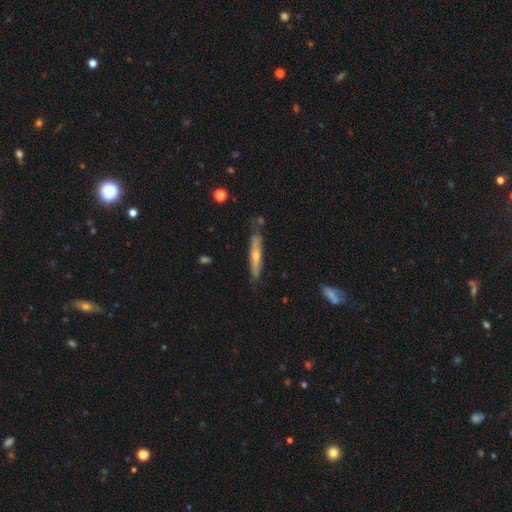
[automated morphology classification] Smooth or featured: featured or disk — 56% (smooth — 37%)
Edge-on disk: yes — 86% (no — 14%)
Merging: none — 78% (minor disturbance — 16%)